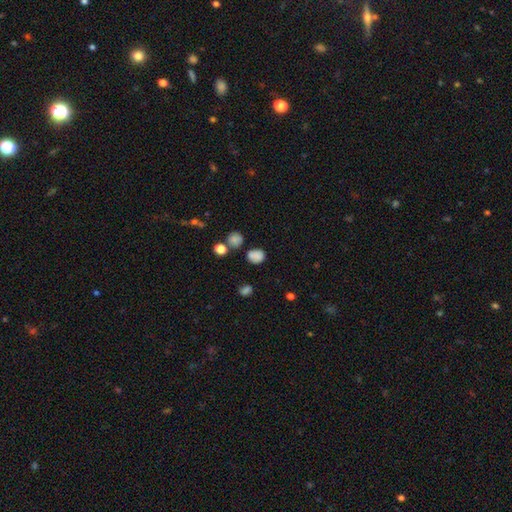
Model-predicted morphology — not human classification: Smooth or featured? smooth (78%)
How rounded? round (53%)
Merging? none (69%)